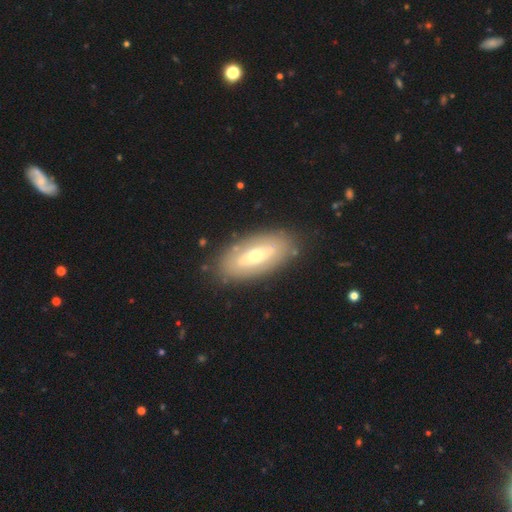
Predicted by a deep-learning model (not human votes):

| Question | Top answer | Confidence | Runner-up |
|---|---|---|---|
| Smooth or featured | featured or disk | 55% | smooth (39%) |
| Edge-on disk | no | 80% | yes (20%) |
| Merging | none | 83% | minor disturbance (11%) |